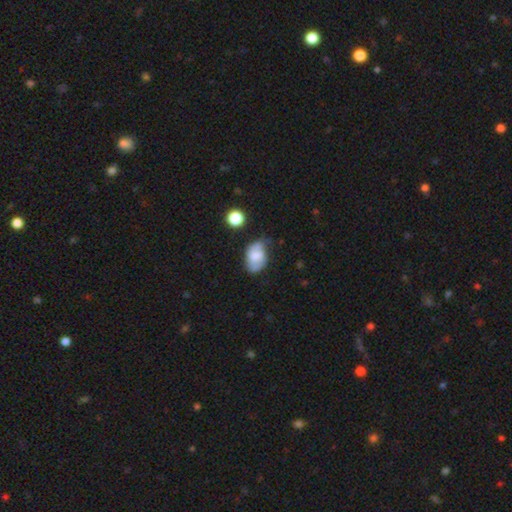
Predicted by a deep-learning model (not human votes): This appears to be a smooth galaxy with no disk features (62%) that is in between round and cigar-shaped (86%). Merging: none (53%).